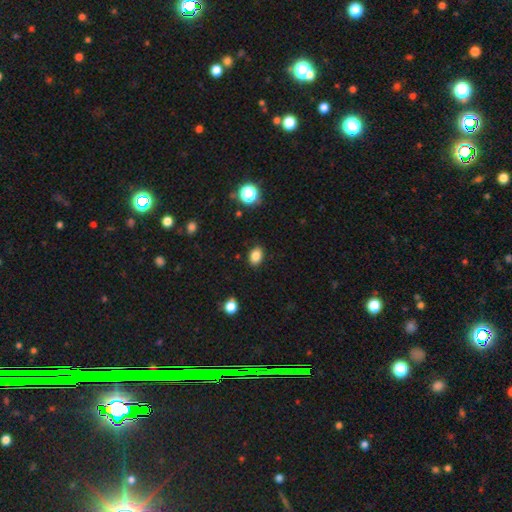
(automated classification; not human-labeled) smooth-or-featured: smooth: 84% | star or artifact: 11% | featured or disk: 5%
  how-rounded: in between: 77% | round: 21% | cigar-shaped: 1%
  merging: none: 87% | minor disturbance: 9% | major disturbance: 2% | merger: 1%